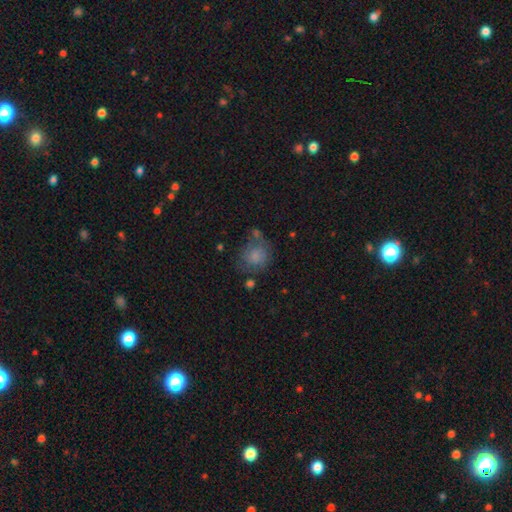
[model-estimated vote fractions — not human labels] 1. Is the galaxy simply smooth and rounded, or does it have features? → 75% smooth, 15% featured or disk, 10% star or artifact.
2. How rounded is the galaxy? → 75% round, 24% in between, 1% cigar-shaped.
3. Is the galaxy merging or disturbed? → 48% none, 25% minor disturbance, 15% major disturbance, 12% merger.